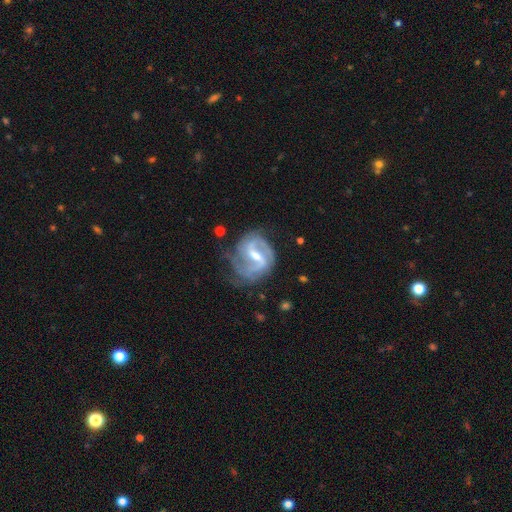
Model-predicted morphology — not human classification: Smooth or featured?
  - featured or disk: 89% *
  - smooth: 6%
  - star or artifact: 5%
Edge-on disk?
  - no: 98% *
  - yes: 2%
Bar?
  - strong: 47% *
  - weak: 44%
  - no: 9%
Spiral arms?
  - yes: 96% *
  - no: 4%
Spiral winding?
  - medium: 50% *
  - tight: 27%
  - loose: 23%
Spiral arm count?
  - 2: 75% *
  - 3: 9%
  - can't tell: 9%
  - 1: 4%
  - 4: 2%
  - more than 4: 2%
Bulge size?
  - moderate: 52% *
  - small: 40%
  - none: 4%
  - large: 3%
  - dominant: 1%
Merging?
  - none: 59% *
  - minor disturbance: 24%
  - major disturbance: 15%
  - merger: 2%